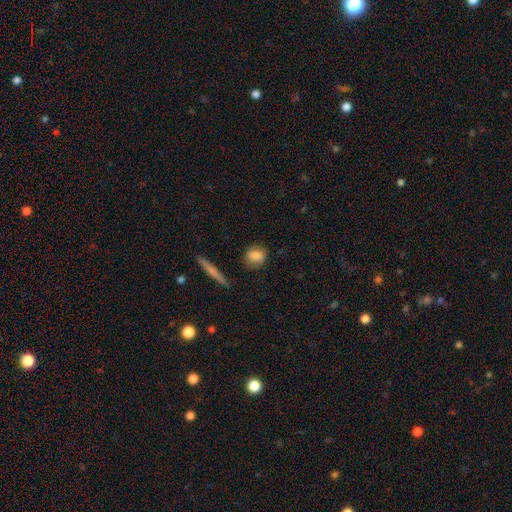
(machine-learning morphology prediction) smooth 83%, featured or disk 9%, star or artifact 8%. Down the decision tree: how rounded — round (59%); merging — none (77%).